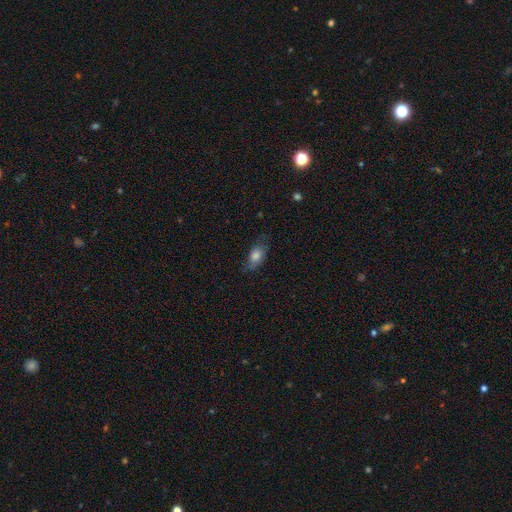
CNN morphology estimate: Q: Smooth or featured?
A: smooth (77%); runner-up: featured or disk (15%)
Q: How rounded?
A: in between (85%); runner-up: round (8%)
Q: Merging?
A: none (66%); runner-up: minor disturbance (25%)